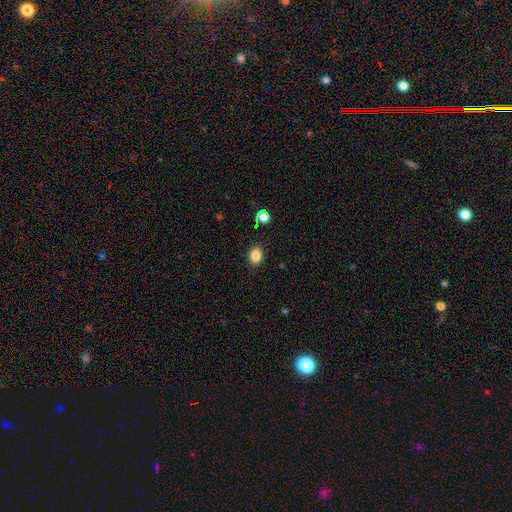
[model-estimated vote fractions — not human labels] smooth 85%, star or artifact 10%, featured or disk 5%. Down the decision tree: how rounded — in between (73%); merging — none (87%).